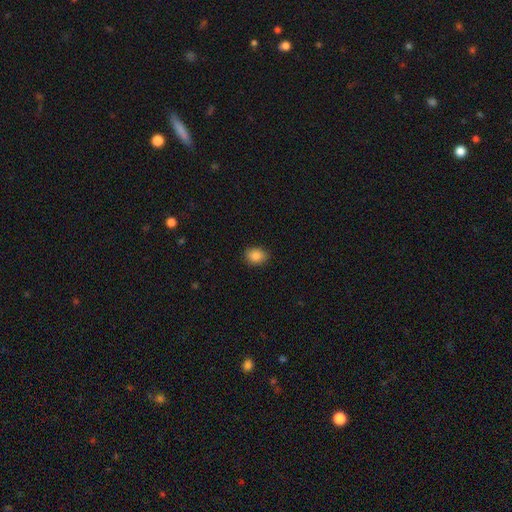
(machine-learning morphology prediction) smooth 86%, star or artifact 9%, featured or disk 5%. Down the decision tree: how rounded — in between (54%); merging — none (86%).